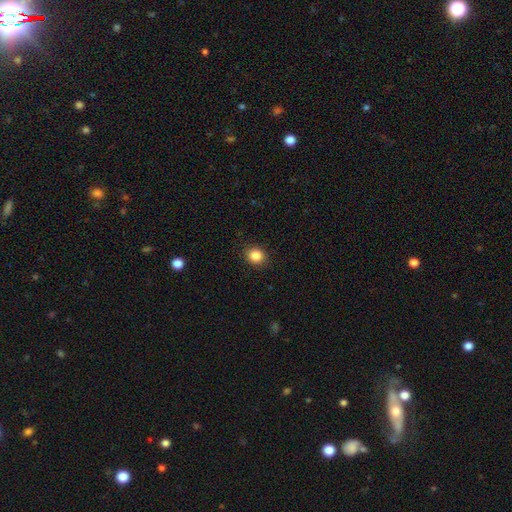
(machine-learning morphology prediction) smooth 86%, star or artifact 10%, featured or disk 4%. Down the decision tree: how rounded — round (77%); merging — none (90%).